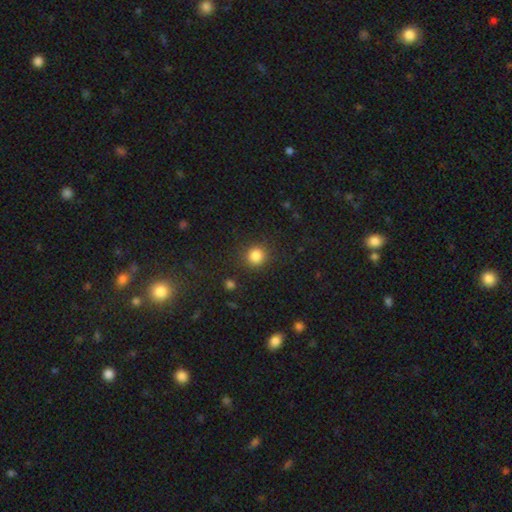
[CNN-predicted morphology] Smooth or featured? smooth (84%)
How rounded? round (92%)
Merging? none (87%)